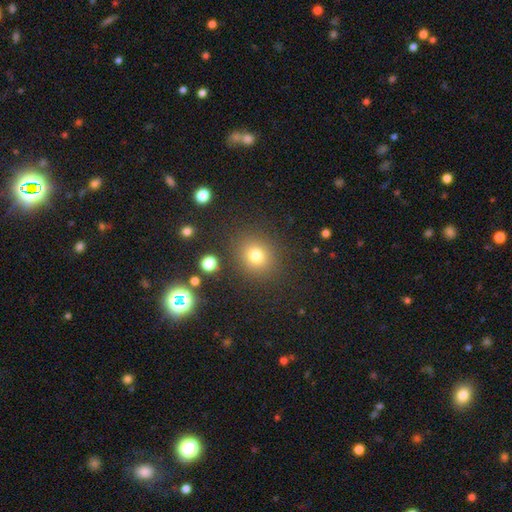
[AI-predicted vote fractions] Smooth or featured?
  - smooth: 76% *
  - star or artifact: 17%
  - featured or disk: 8%
How rounded?
  - round: 80% *
  - in between: 19%
  - cigar-shaped: 1%
Merging?
  - none: 85% *
  - minor disturbance: 8%
  - major disturbance: 4%
  - merger: 3%